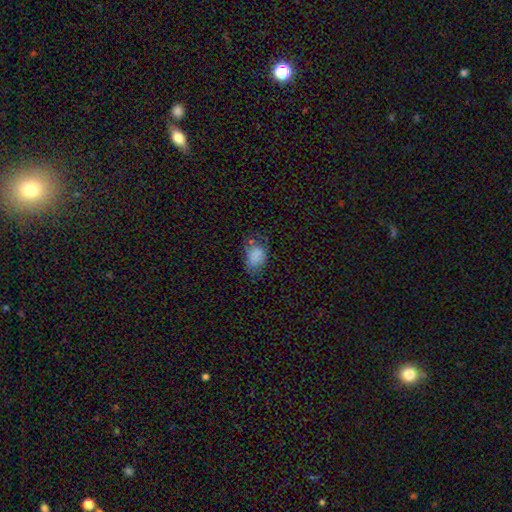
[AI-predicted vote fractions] This appears to be a smooth galaxy with no disk features (79%) that is in between round and cigar-shaped (80%). Merging: none (46%).